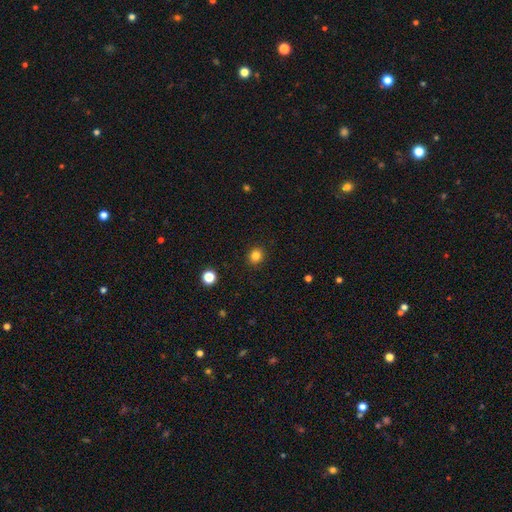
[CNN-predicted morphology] Smooth or featured: smooth — 82% (star or artifact — 13%)
How rounded: round — 84% (in between — 16%)
Merging: none — 90% (minor disturbance — 7%)